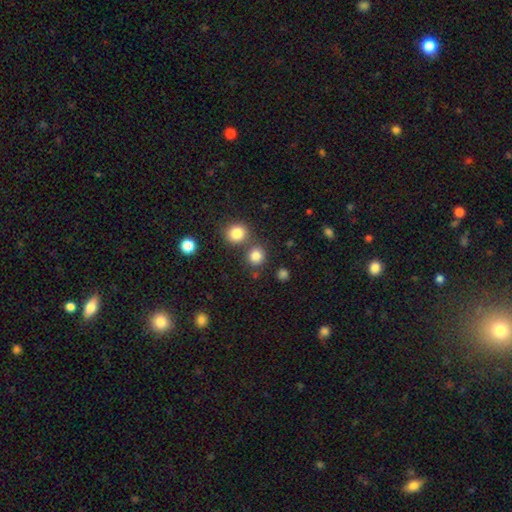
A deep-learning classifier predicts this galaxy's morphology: Smooth or featured? smooth (83%)
How rounded? round (88%)
Merging? none (72%)